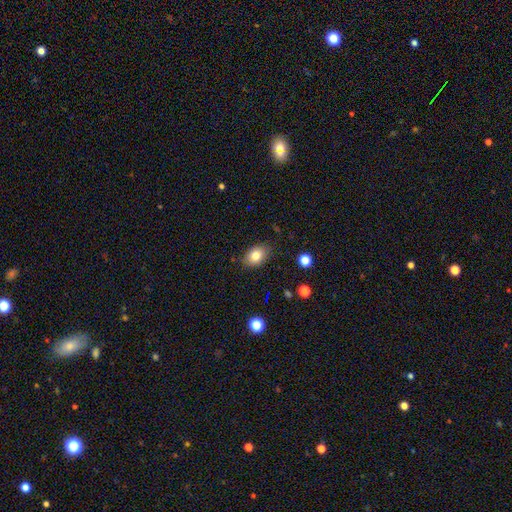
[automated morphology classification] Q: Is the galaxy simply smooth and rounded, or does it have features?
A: smooth — 81%.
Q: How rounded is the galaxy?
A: in between — 79%.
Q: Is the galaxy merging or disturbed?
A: none — 84%.